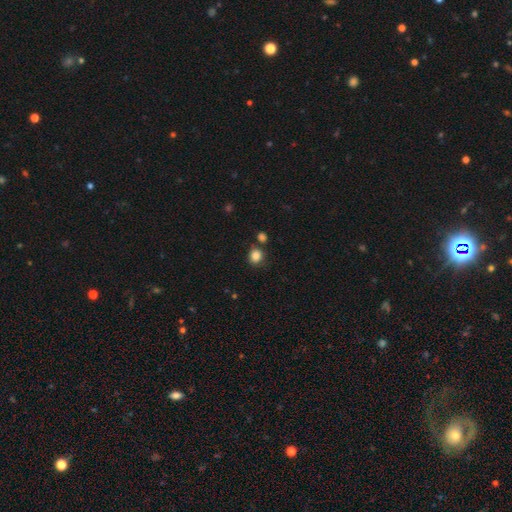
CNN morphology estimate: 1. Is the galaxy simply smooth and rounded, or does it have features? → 85% smooth, 11% star or artifact, 4% featured or disk.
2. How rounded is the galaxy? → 80% round, 19% in between, 1% cigar-shaped.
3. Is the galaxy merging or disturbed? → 76% none, 11% minor disturbance, 10% merger, 3% major disturbance.